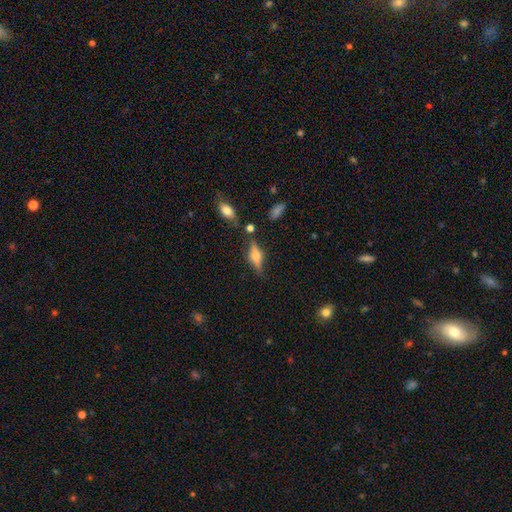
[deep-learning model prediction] A featured or disk galaxy (55%) viewed edge-on (92%) with a rounded central bulge (90%).

Vote fractions:
- Smooth or featured? featured or disk: 55% / smooth: 36% / star or artifact: 9%
- Edge-on disk? yes: 92% / no: 8%
- Edge-on bulge? rounded: 90% / boxy: 8% / none: 2%
- Merging? none: 73% / minor disturbance: 16% / merger: 5% / major disturbance: 5%